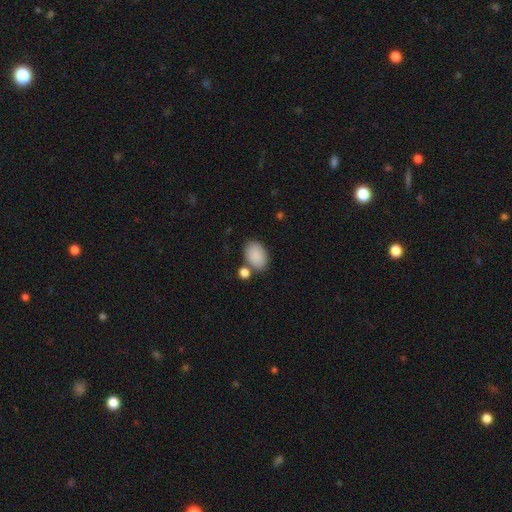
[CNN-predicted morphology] smooth_or_featured: smooth (p=0.88) [alt: star or artifact p=0.07]
how_rounded: in between (p=0.89) [alt: round p=0.10]
merging: none (p=0.69) [alt: minor disturbance p=0.14]